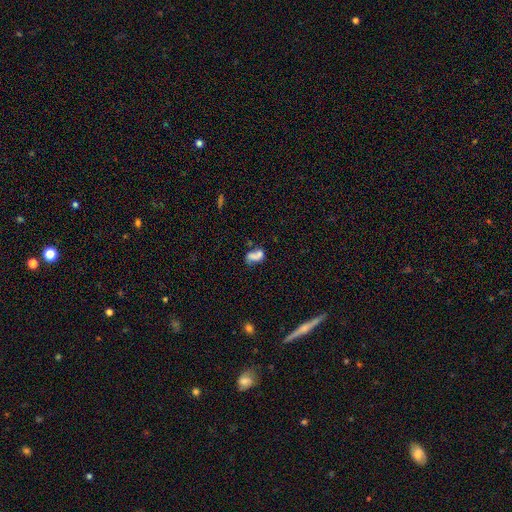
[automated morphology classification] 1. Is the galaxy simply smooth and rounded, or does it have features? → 60% smooth, 27% featured or disk, 13% star or artifact.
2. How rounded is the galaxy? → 82% in between, 15% round, 4% cigar-shaped.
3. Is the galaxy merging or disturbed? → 40% merger, 29% none, 17% minor disturbance, 14% major disturbance.